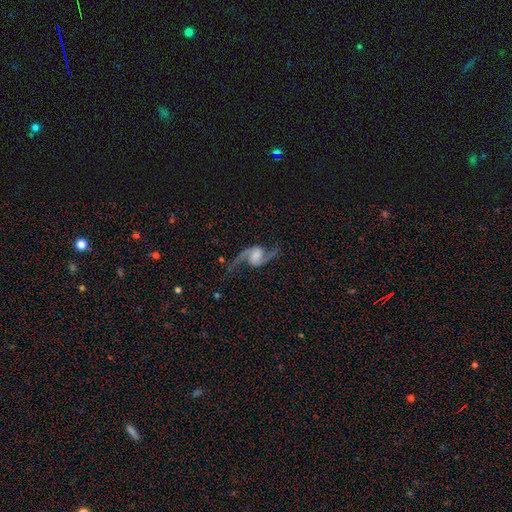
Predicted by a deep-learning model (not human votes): Smooth or featured: featured or disk — 91% (star or artifact — 5%)
Edge-on disk: no — 97% (yes — 3%)
Bar: no — 50% (weak — 36%)
Spiral arms: yes — 98% (no — 2%)
Spiral winding: loose — 76% (medium — 21%)
Spiral arm count: 2 — 95% (1 — 1%)
Bulge size: none — 27% (moderate — 23%)
Merging: none — 78% (minor disturbance — 13%)